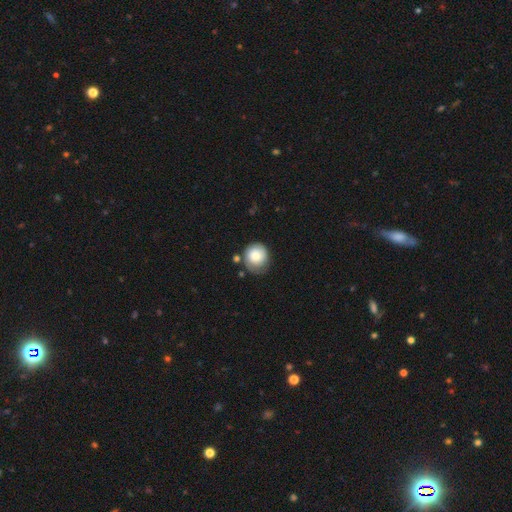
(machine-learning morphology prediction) smooth_or_featured: smooth (p=0.78) [alt: featured or disk p=0.15]
how_rounded: round (p=0.86) [alt: in between p=0.13]
merging: none (p=0.61) [alt: minor disturbance p=0.26]